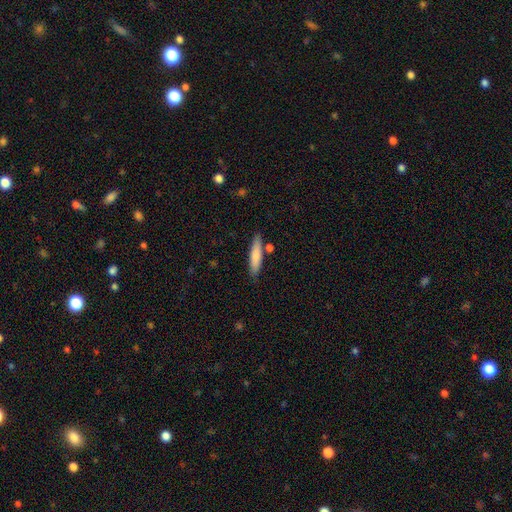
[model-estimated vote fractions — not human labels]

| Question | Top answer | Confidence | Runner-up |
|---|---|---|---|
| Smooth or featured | smooth | 77% | featured or disk (17%) |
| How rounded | cigar-shaped | 82% | in between (16%) |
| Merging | none | 80% | minor disturbance (11%) |